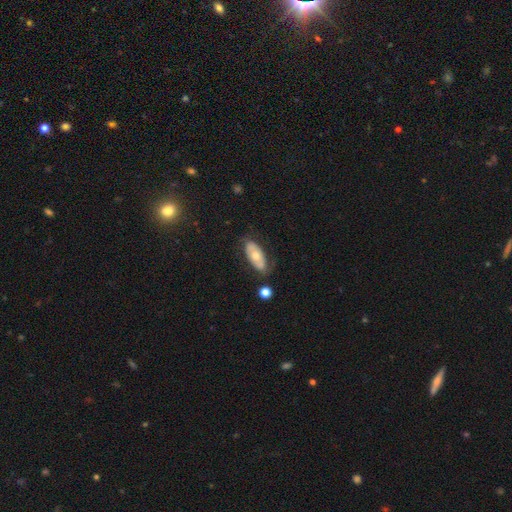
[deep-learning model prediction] A featured or disk galaxy (49%).

Vote fractions:
- Smooth or featured? featured or disk: 49% / smooth: 44% / star or artifact: 8%
- Merging? none: 72% / minor disturbance: 19% / major disturbance: 6% / merger: 3%